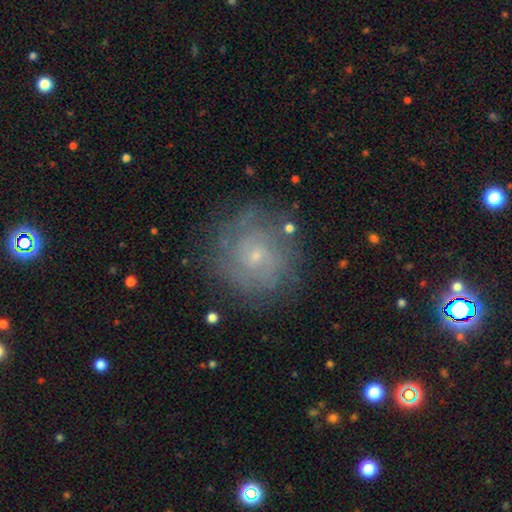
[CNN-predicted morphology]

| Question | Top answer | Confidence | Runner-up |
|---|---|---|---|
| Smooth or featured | featured or disk | 73% | smooth (18%) |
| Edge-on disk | no | 98% | yes (2%) |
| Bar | no | 72% | weak (25%) |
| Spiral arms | yes | 89% | no (11%) |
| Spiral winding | tight | 68% | medium (25%) |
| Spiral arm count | can't tell | 41% | 2 (24%) |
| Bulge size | small | 79% | moderate (16%) |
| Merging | none | 78% | minor disturbance (14%) |